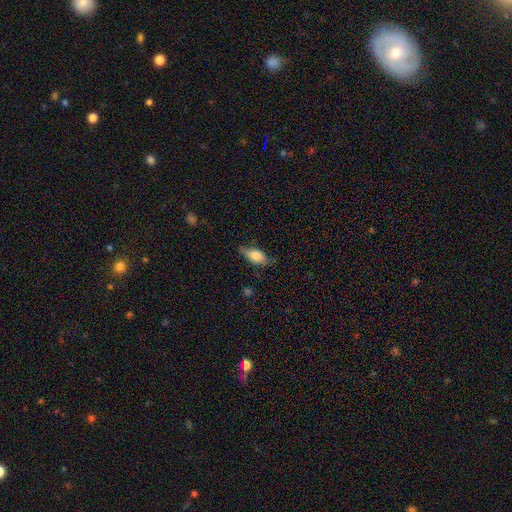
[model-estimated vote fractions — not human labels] This is likely a smooth galaxy (74%). How rounded: clearly in between (82%). Merging: likely none (70%).